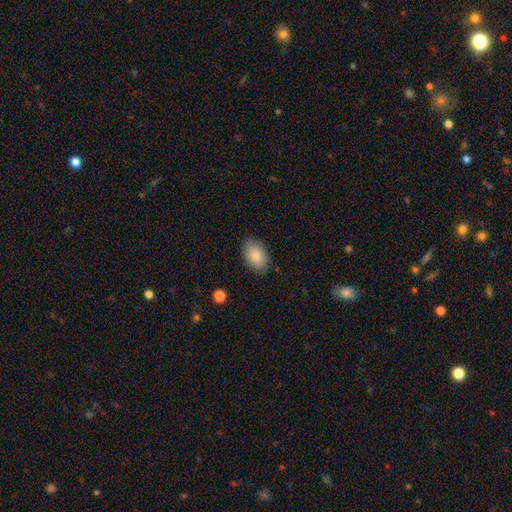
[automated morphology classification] A smooth galaxy with no disk features (85%) that is in between round and cigar-shaped (92%). Merging: none (85%).